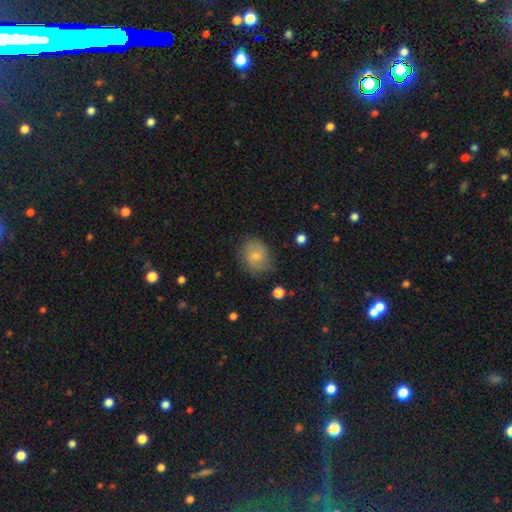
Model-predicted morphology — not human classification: Smooth or featured? Predicted: smooth (p=0.72). How rounded? Predicted: round (p=0.56). Merging? Predicted: none (p=0.73).